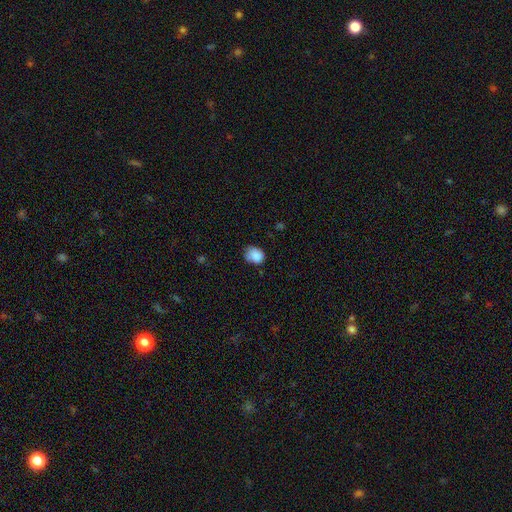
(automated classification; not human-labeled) Overall: smooth (84%). How rounded: in between (52%; round 47%). Merging: none (54%; minor disturbance 34%).